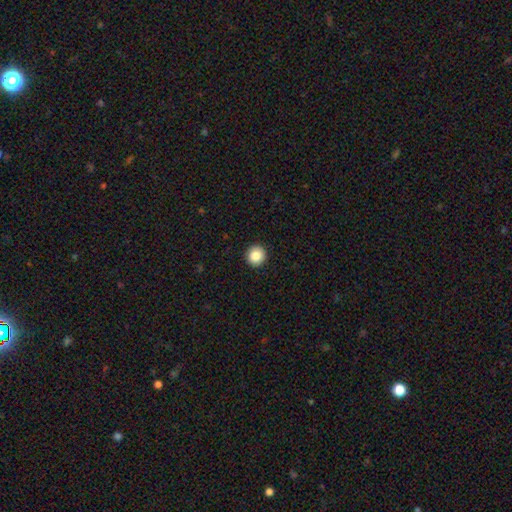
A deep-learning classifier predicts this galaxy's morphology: A smooth galaxy with no disk features (85%) that is round (94%). Merging: none (93%).